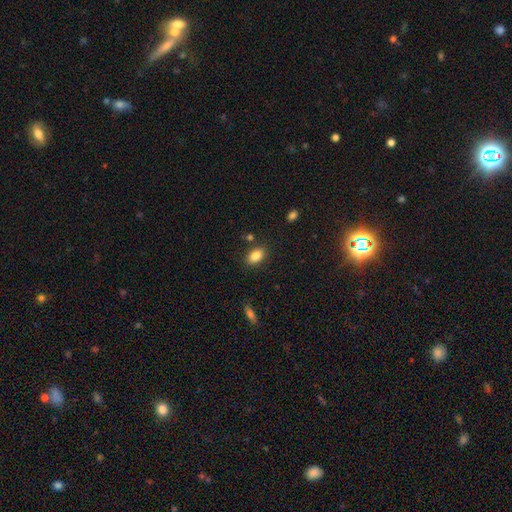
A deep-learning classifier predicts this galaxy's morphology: Smooth or featured? Predicted: smooth (p=0.85). How rounded? Predicted: in between (p=0.87). Merging? Predicted: none (p=0.83).